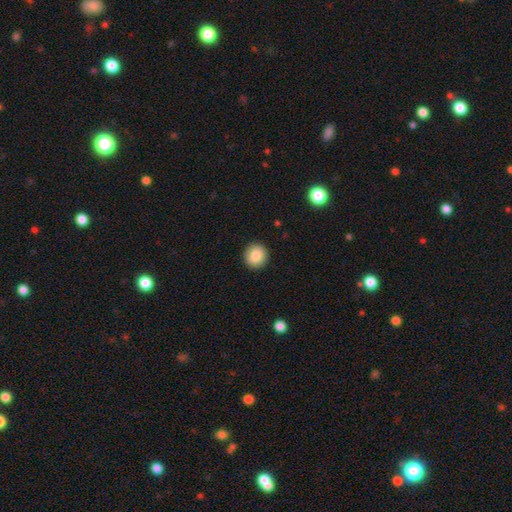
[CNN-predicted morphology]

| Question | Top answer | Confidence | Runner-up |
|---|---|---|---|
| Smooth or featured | smooth | 86% | star or artifact (8%) |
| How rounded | round | 89% | in between (10%) |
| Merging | none | 92% | minor disturbance (5%) |